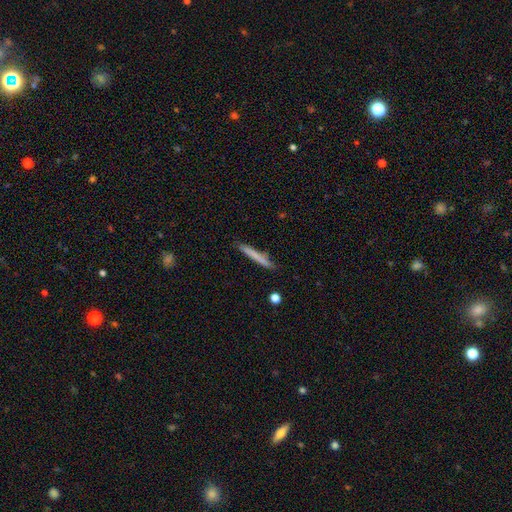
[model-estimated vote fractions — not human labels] This is likely a smooth galaxy (69%). How rounded: clearly cigar-shaped (96%). Merging: clearly none (86%).